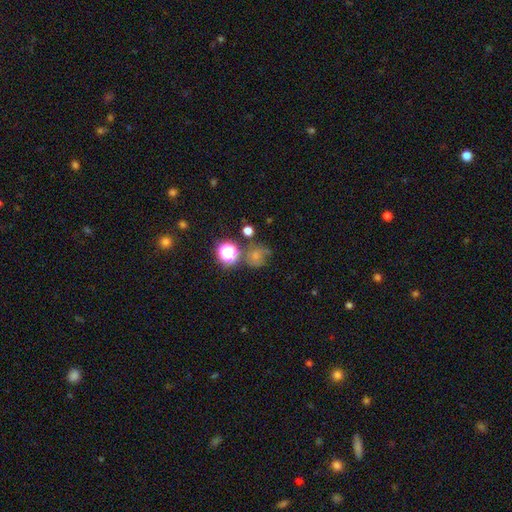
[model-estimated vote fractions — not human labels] Smooth or featured? Predicted: smooth (p=0.60). How rounded? Predicted: round (p=0.83). Merging? Predicted: none (p=0.56).